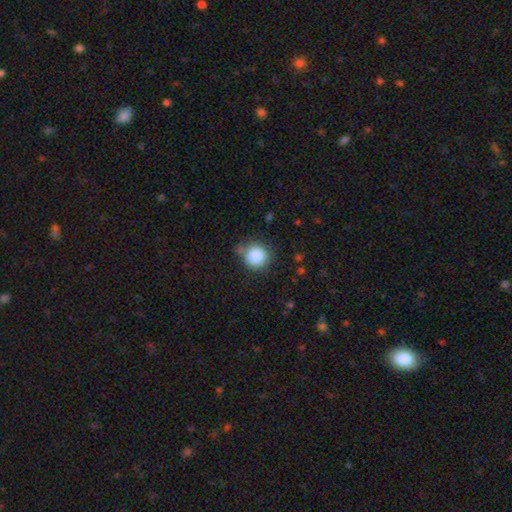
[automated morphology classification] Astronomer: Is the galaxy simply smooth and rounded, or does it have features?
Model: smooth — 87%.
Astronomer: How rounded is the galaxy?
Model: round — 92%.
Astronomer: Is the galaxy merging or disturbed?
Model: none — 77%.